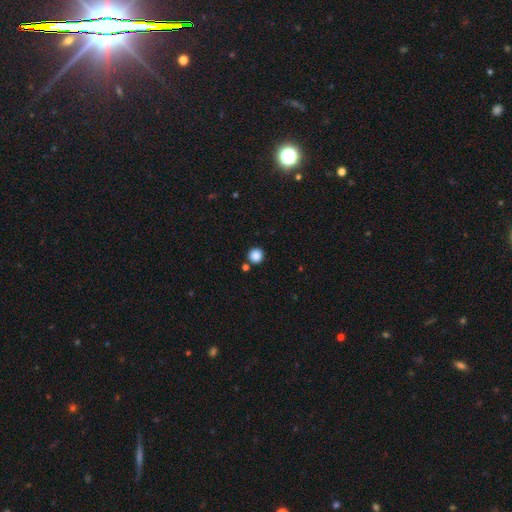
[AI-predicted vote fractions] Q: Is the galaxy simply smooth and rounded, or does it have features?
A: smooth — 87%.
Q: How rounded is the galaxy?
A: round — 95%.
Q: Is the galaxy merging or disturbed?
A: none — 86%.